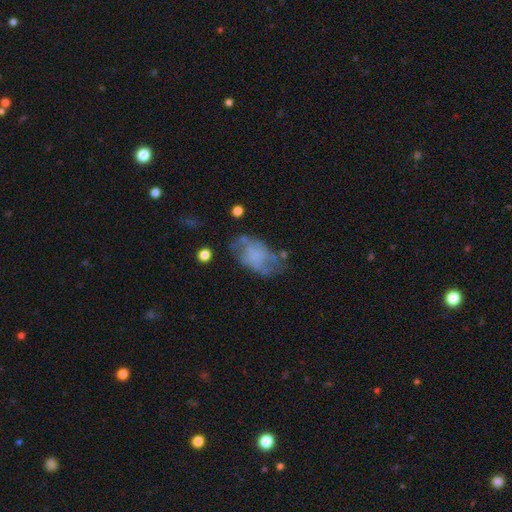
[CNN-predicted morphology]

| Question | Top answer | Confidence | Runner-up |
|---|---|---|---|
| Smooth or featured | featured or disk | 46% | smooth (44%) |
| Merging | none | 46% | minor disturbance (27%) |